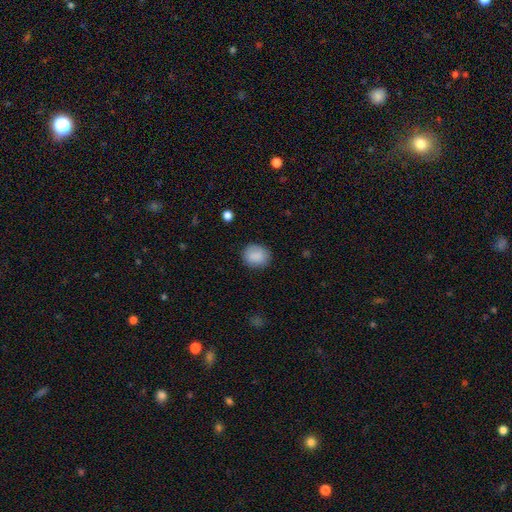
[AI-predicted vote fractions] Smooth or featured: smooth — 88% (star or artifact — 8%)
How rounded: round — 66% (in between — 33%)
Merging: none — 85% (minor disturbance — 11%)